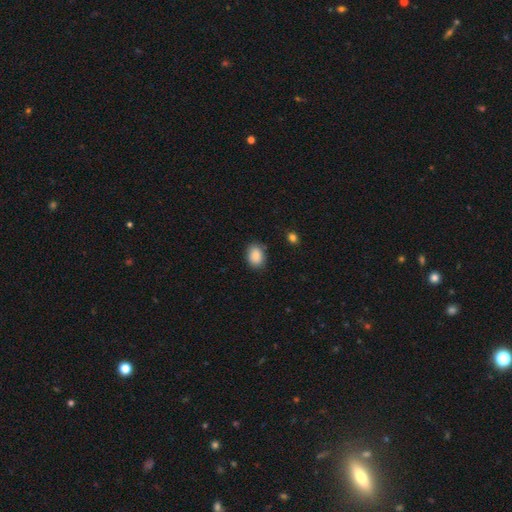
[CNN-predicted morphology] Smooth or featured?
  - smooth: 87% *
  - star or artifact: 8%
  - featured or disk: 5%
How rounded?
  - in between: 68% *
  - round: 31%
  - cigar-shaped: 1%
Merging?
  - none: 83% *
  - minor disturbance: 13%
  - major disturbance: 3%
  - merger: 2%